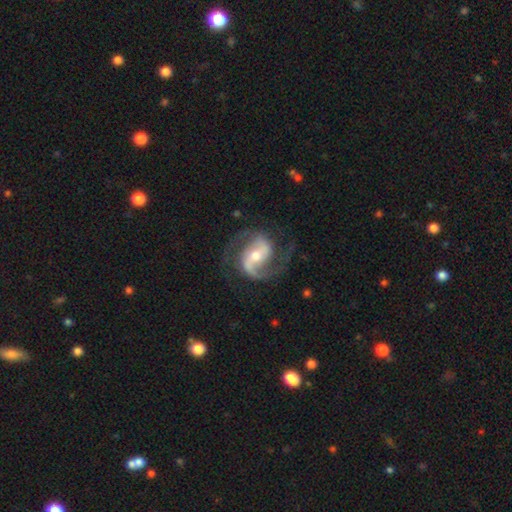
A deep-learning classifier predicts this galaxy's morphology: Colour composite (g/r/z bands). It shows a featured or disk galaxy (91%) with a weak bar (41%), 2 (91%) medium (57%) spiral arms (98%) and a moderate central bulge (61%). Merging: none (75%).